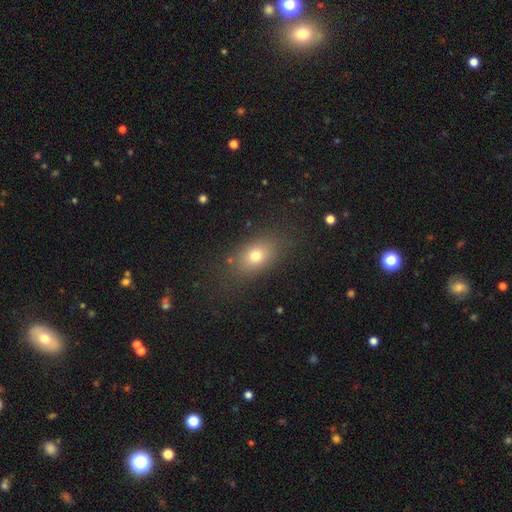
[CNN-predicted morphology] smooth-or-featured: smooth: 75% | featured or disk: 13% | star or artifact: 12%
  how-rounded: in between: 76% | round: 21% | cigar-shaped: 3%
  merging: none: 80% | minor disturbance: 12% | major disturbance: 6% | merger: 2%